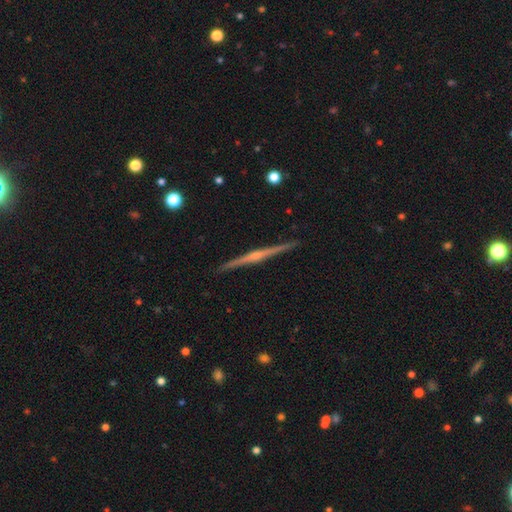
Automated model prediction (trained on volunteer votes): The model was most divided on "edge-on bulge": rounded: 73%, none: 17%, boxy: 10%. More confident: edge-on disk — yes (99%); merging — none (93%); smooth or featured — featured or disk (83%).